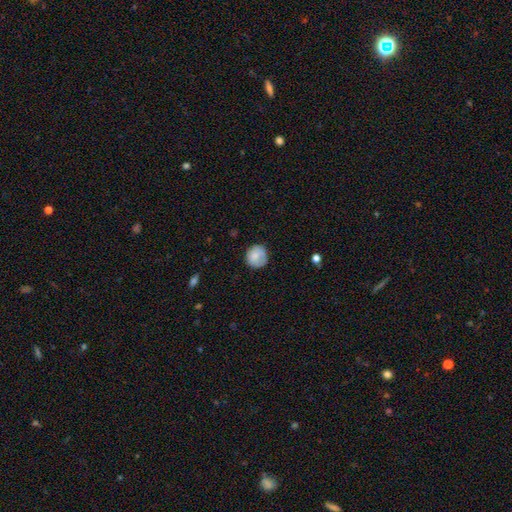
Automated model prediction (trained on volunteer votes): A smooth galaxy with no disk features (83%) that is round (88%).

Vote fractions:
- Smooth or featured? smooth: 83% / featured or disk: 10% / star or artifact: 8%
- How rounded? round: 88% / in between: 11% / cigar-shaped: 1%
- Merging? none: 77% / minor disturbance: 17% / major disturbance: 4% / merger: 1%